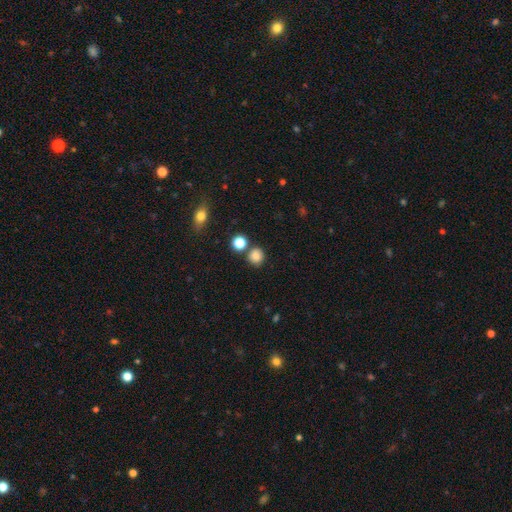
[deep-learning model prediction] A smooth galaxy with no disk features (84%) that is round (86%). Merging: none (77%).